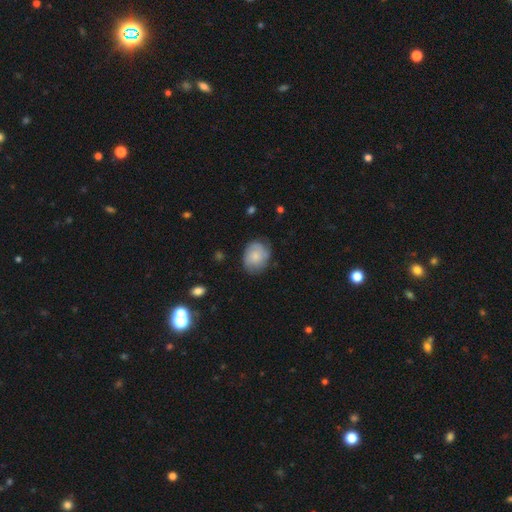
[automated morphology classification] Smooth or featured: smooth — 56% (featured or disk — 37%)
How rounded: round — 54% (in between — 45%)
Merging: none — 71% (minor disturbance — 21%)